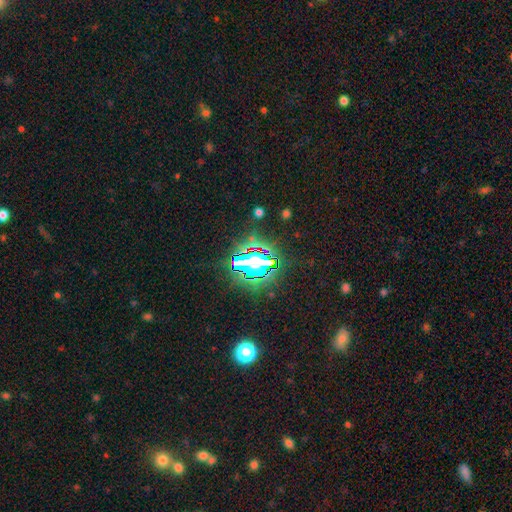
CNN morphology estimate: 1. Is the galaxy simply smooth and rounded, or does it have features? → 76% star or artifact, 15% smooth, 9% featured or disk.